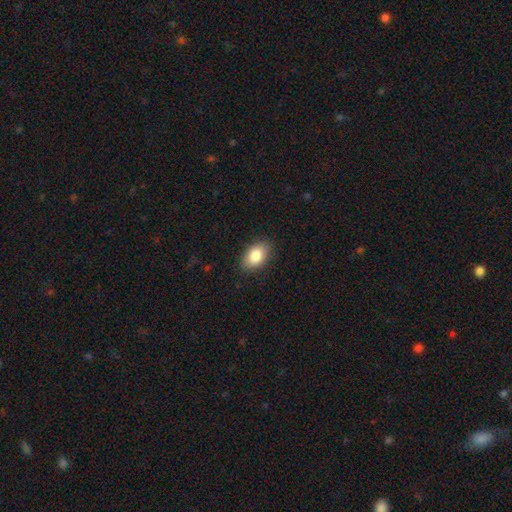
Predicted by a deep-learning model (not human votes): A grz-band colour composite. It shows a smooth galaxy with no disk features (85%) that is in between round and cigar-shaped (90%). Merging: none (87%).